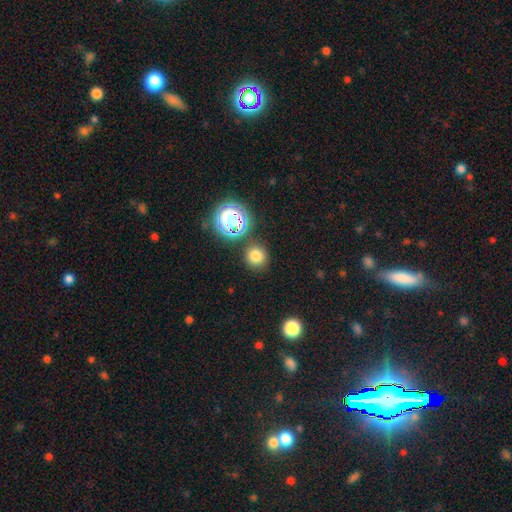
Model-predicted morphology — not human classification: Smooth or featured? Predicted: smooth (p=0.73). How rounded? Predicted: round (p=0.92). Merging? Predicted: none (p=0.84).